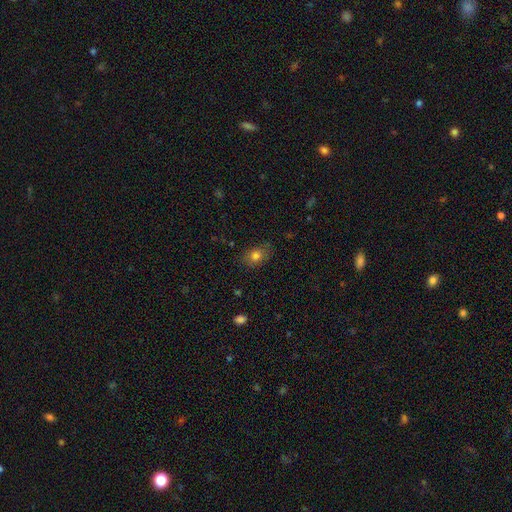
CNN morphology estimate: Smooth or featured?
  - smooth: 78% *
  - star or artifact: 11%
  - featured or disk: 11%
How rounded?
  - in between: 74% *
  - round: 24%
  - cigar-shaped: 2%
Merging?
  - none: 80% *
  - minor disturbance: 15%
  - major disturbance: 4%
  - merger: 1%